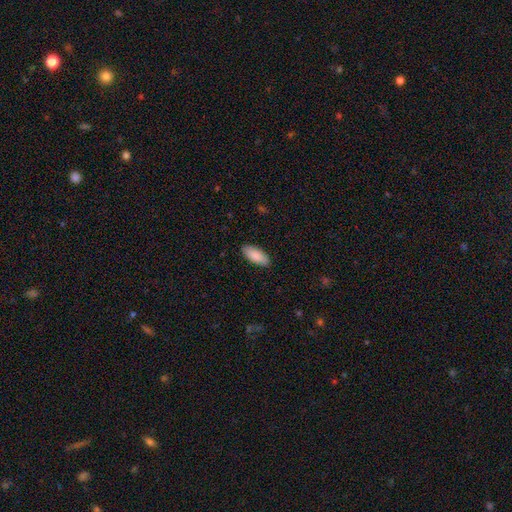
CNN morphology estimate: smooth_or_featured: smooth (p=0.88) [alt: featured or disk p=0.06]
how_rounded: in between (p=0.86) [alt: cigar-shaped p=0.13]
merging: none (p=0.88) [alt: minor disturbance p=0.09]